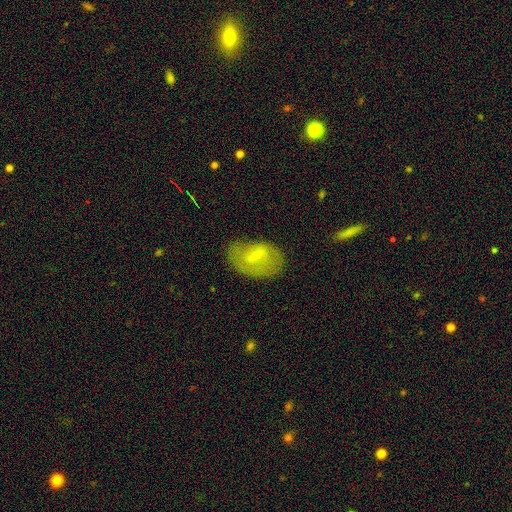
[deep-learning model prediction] Smooth or featured? Predicted: smooth (p=0.48). Merging? Predicted: none (p=0.66).